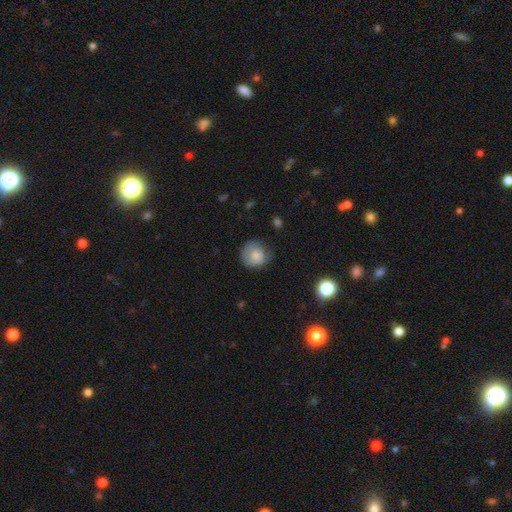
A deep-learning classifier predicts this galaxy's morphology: smooth-or-featured: smooth: 75% | featured or disk: 17% | star or artifact: 8%
  how-rounded: round: 83% | in between: 16% | cigar-shaped: 1%
  merging: none: 57% | minor disturbance: 29% | major disturbance: 12% | merger: 2%